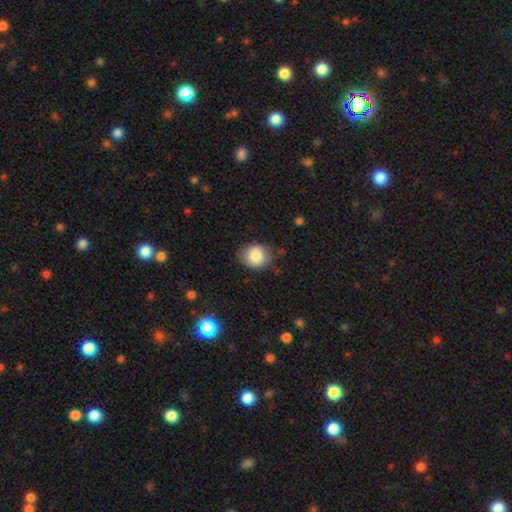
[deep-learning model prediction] smooth-or-featured: smooth: 85% | star or artifact: 8% | featured or disk: 7%
  how-rounded: round: 63% | in between: 36% | cigar-shaped: 1%
  merging: none: 77% | minor disturbance: 18% | major disturbance: 4% | merger: 2%